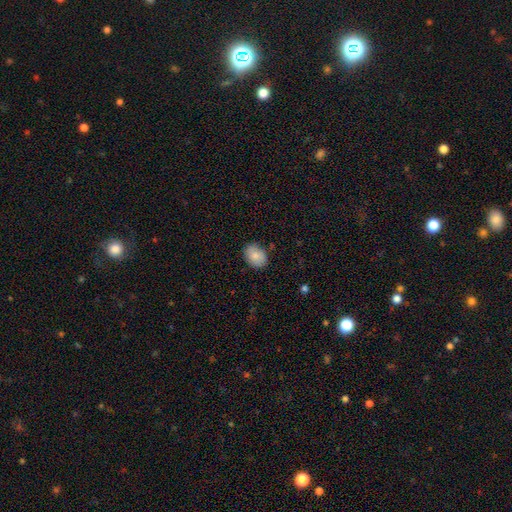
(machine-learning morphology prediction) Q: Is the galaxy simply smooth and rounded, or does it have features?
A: smooth — 83%.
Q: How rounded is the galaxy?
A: in between — 63%.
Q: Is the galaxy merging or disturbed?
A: none — 81%.